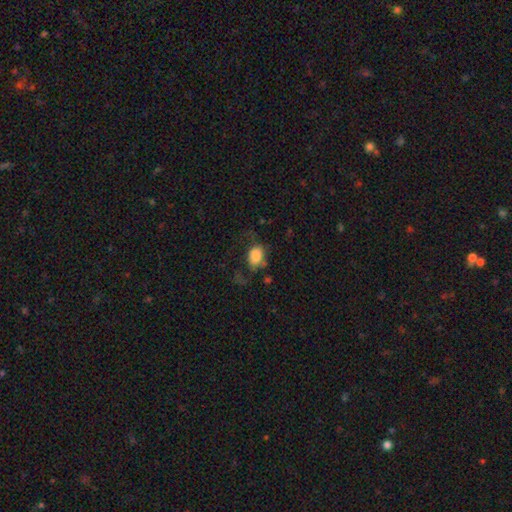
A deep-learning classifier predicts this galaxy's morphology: Smooth or featured? smooth (78%)
How rounded? in between (74%)
Merging? none (38%)